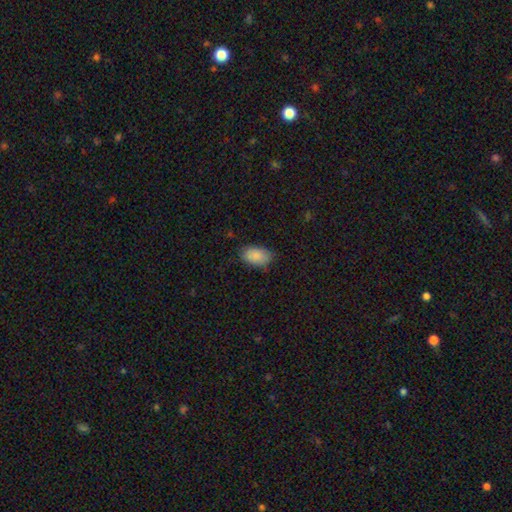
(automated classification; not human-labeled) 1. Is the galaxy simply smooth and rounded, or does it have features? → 88% smooth, 7% star or artifact, 5% featured or disk.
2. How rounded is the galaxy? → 93% in between, 6% round, 2% cigar-shaped.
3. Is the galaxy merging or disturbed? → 79% none, 17% minor disturbance, 3% major disturbance, 1% merger.